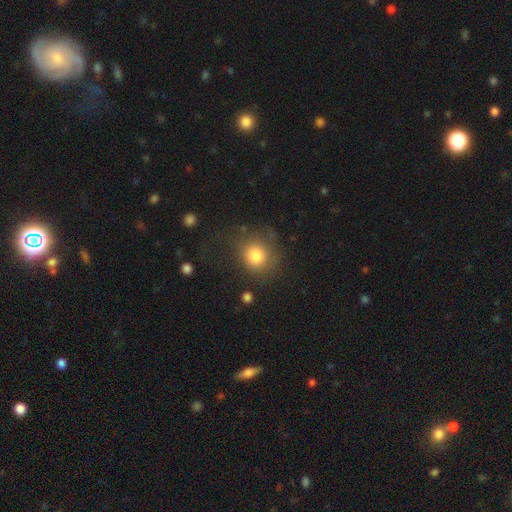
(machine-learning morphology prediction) A smooth galaxy with no disk features (80%) that is round (83%). Merging: none (64%).